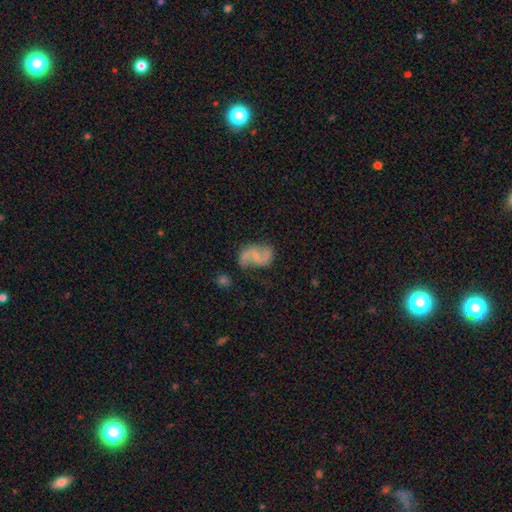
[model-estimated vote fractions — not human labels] This is likely a featured or disk galaxy (79%). It is clearly not viewed edge-on (98%). Bar: possibly no (45%). Spiral arm pattern: clearly yes (94%). Spiral arm count: clearly 2 (91%). Spiral winding: possibly loose (56%). Central bulge: possibly small (55%). Merging: likely none (63%).